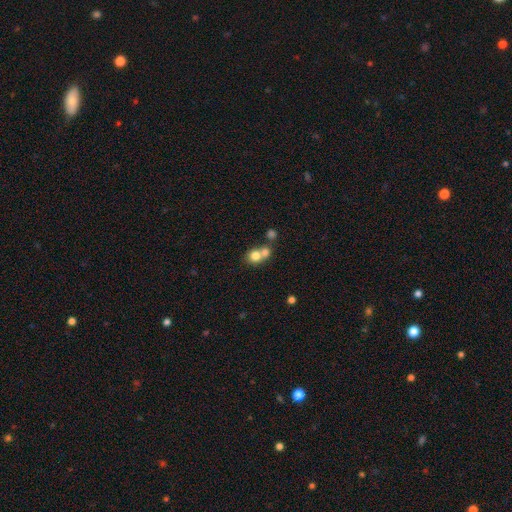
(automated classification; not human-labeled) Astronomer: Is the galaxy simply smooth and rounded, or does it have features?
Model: smooth — 76%.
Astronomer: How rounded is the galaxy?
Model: round — 77%.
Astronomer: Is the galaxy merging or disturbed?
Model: merger — 57% (runner-up: none, 34%).